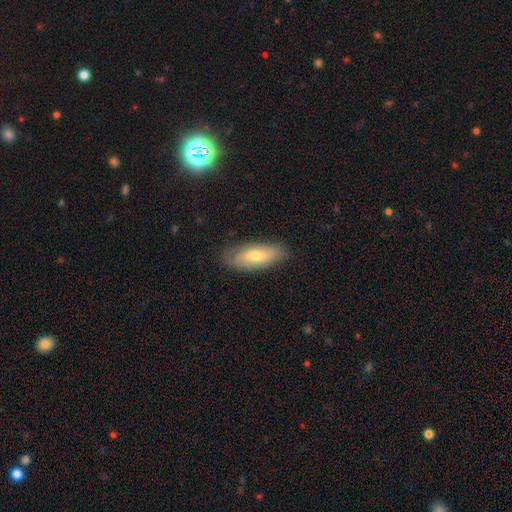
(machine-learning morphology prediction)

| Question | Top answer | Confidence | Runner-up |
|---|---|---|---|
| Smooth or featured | smooth | 56% | featured or disk (37%) |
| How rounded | in between | 76% | cigar-shaped (22%) |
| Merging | none | 82% | minor disturbance (14%) |